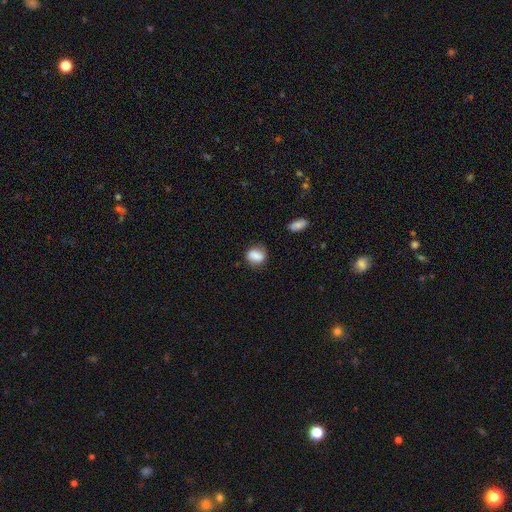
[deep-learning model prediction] Smooth or featured: smooth — 81% (featured or disk — 10%)
How rounded: in between — 61% (round — 37%)
Merging: none — 70% (minor disturbance — 21%)